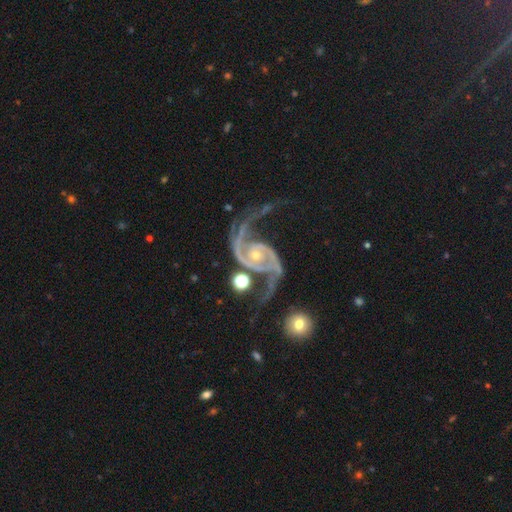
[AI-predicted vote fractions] Smooth or featured?
  - featured or disk: 94% *
  - star or artifact: 4%
  - smooth: 2%
Edge-on disk?
  - no: 98% *
  - yes: 2%
Bar?
  - no: 64% *
  - weak: 24%
  - strong: 12%
Spiral arms?
  - yes: 99% *
  - no: 1%
Spiral winding?
  - medium: 55% *
  - loose: 27%
  - tight: 18%
Spiral arm count?
  - 2: 92% *
  - 3: 2%
  - can't tell: 2%
  - 1: 1%
  - 4: 1%
  - more than 4: 1%
Bulge size?
  - small: 67% *
  - moderate: 29%
  - none: 1%
  - large: 1%
  - dominant: 1%
Merging?
  - none: 52% *
  - major disturbance: 21%
  - minor disturbance: 21%
  - merger: 7%